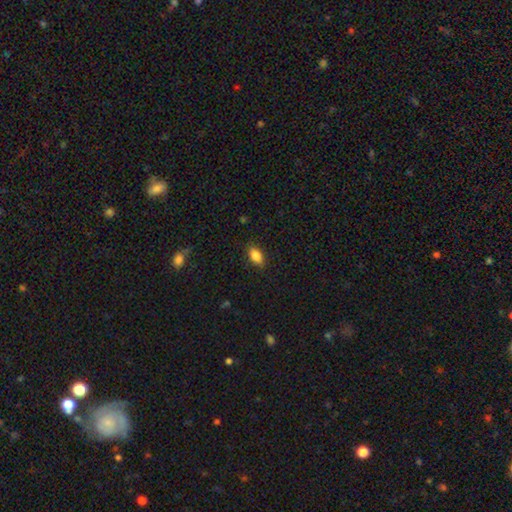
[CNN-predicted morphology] This is clearly a smooth galaxy (84%). How rounded: clearly in between (87%). Merging: clearly none (85%).